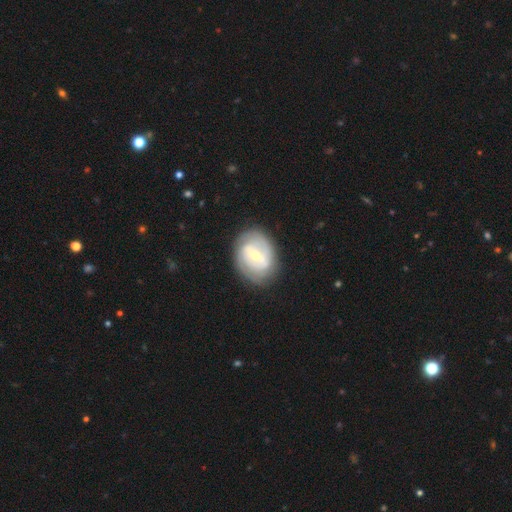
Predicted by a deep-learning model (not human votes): Smooth or featured? Predicted: featured or disk (p=0.77). Edge-on disk? Predicted: no (p=0.96). Bar? Predicted: strong (p=0.45). Spiral arms? Predicted: yes (p=0.80). Spiral winding? Predicted: tight (p=0.60). Spiral arm count? Predicted: 2 (p=0.50). Bulge size? Predicted: moderate (p=0.50). Merging? Predicted: none (p=0.79).